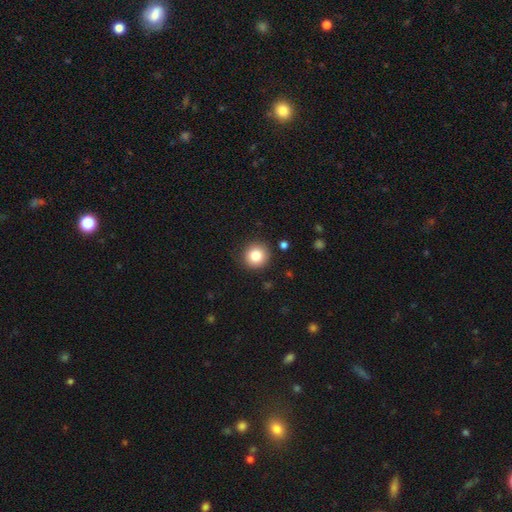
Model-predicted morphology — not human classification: This appears to be a smooth galaxy with no disk features (82%) that is round (92%). Merging: none (90%).